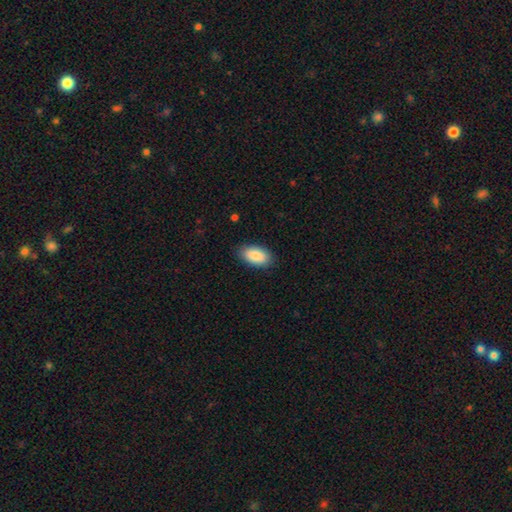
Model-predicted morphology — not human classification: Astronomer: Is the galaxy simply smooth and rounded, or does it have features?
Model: smooth — 89%.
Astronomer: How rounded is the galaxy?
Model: in between — 95%.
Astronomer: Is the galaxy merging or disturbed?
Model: none — 86%.